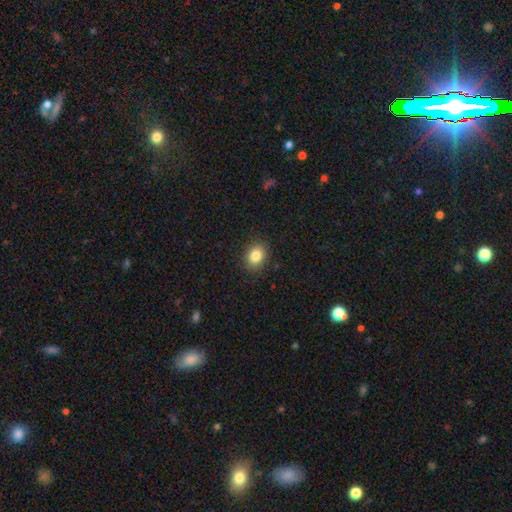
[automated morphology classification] A smooth galaxy with no disk features (84%) that is in between round and cigar-shaped (60%).

Vote fractions:
- Smooth or featured? smooth: 84% / star or artifact: 10% / featured or disk: 6%
- How rounded? in between: 60% / round: 39% / cigar-shaped: 1%
- Merging? none: 89% / minor disturbance: 8% / major disturbance: 2% / merger: 1%